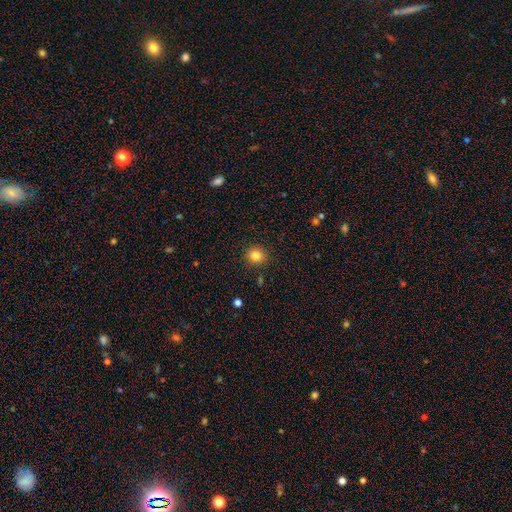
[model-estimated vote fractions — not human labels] The model was most divided on "smooth or featured": smooth: 83%, star or artifact: 12%, featured or disk: 5%. More confident: merging — none (90%); how rounded — round (90%).